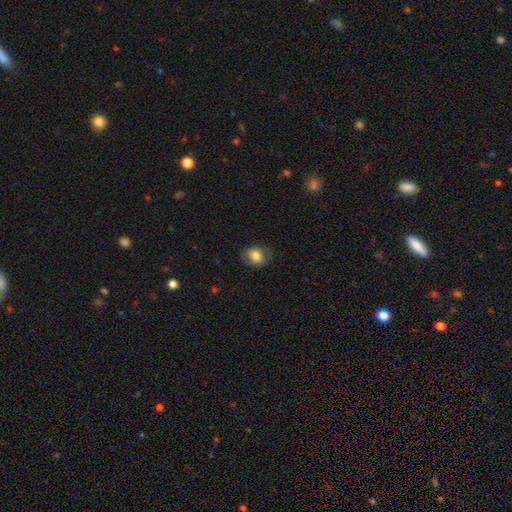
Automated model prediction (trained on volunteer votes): This is likely a smooth galaxy (75%). How rounded: possibly in between (57%). Merging: likely none (73%).